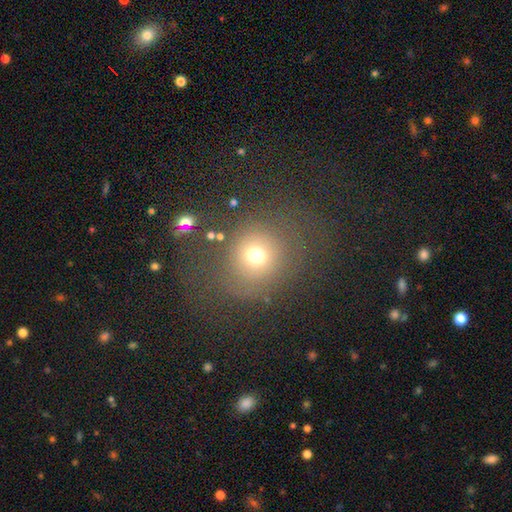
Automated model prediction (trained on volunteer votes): smooth-or-featured: smooth: 68% | star or artifact: 18% | featured or disk: 13%
  how-rounded: round: 83% | in between: 16% | cigar-shaped: 1%
  merging: none: 71% | major disturbance: 13% | minor disturbance: 13% | merger: 4%